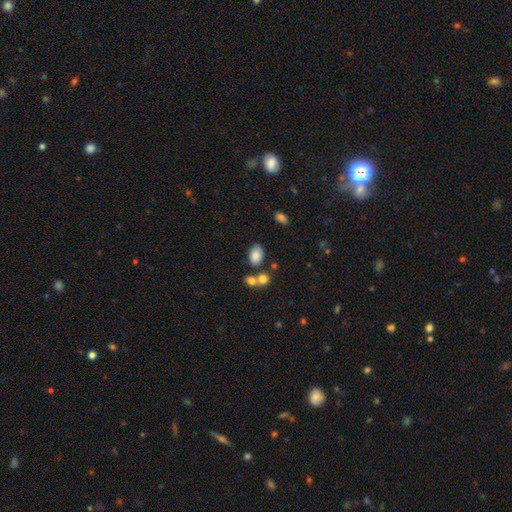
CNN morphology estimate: This is clearly a smooth galaxy (83%). How rounded: clearly in between (86%). Merging: likely none (62%).